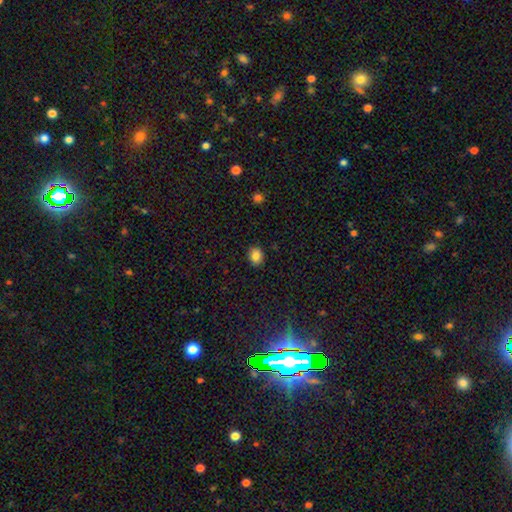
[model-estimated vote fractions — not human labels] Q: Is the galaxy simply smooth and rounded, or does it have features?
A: smooth — 85%.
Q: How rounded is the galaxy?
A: round — 53%.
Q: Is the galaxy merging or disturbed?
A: none — 88%.